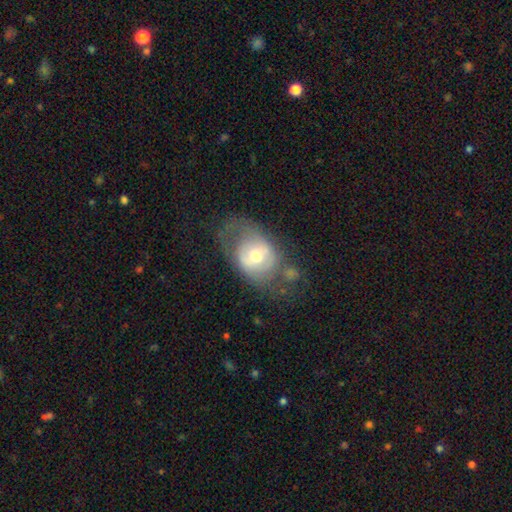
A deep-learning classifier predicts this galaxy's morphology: A featured or disk galaxy (53%) with no bar (50%), no spiral arms (50%, tied with yes) and a moderate central bulge (65%). Merging: none (42%).